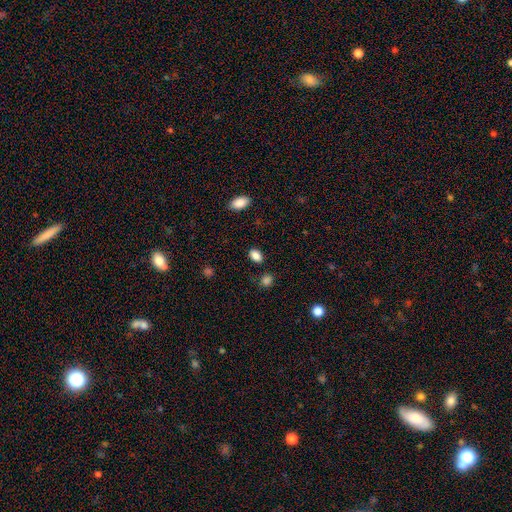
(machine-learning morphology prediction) Smooth or featured? smooth (87%)
How rounded? in between (86%)
Merging? none (83%)